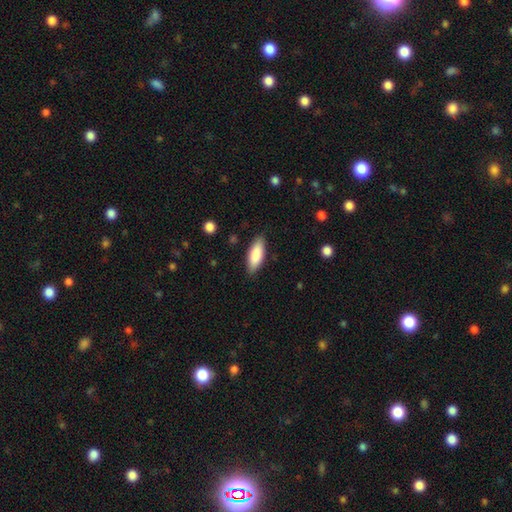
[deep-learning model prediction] Morphology: type=smooth (86%); roundness=in between (72%); merging=none (87%).